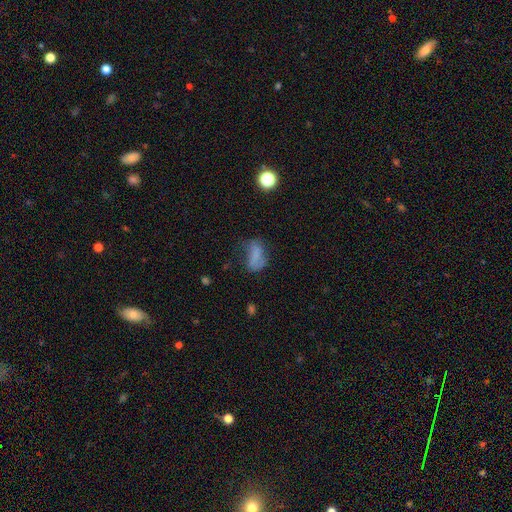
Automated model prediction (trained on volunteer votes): The model was most divided on "merging": none: 38%, minor disturbance: 30%, major disturbance: 28%, merger: 5%. More confident: how rounded — in between (84%); smooth or featured — smooth (62%).